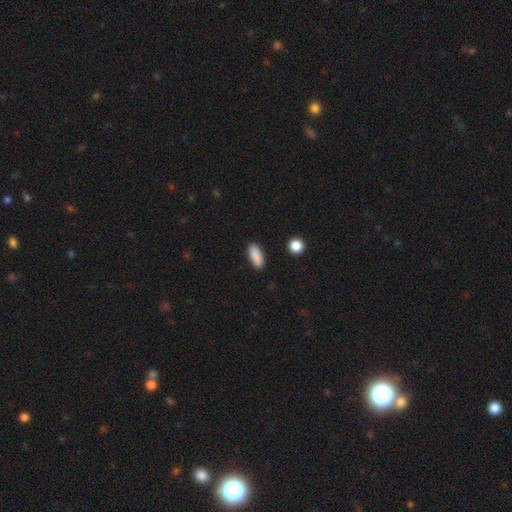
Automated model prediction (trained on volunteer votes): Smooth or featured?
  - smooth: 89% *
  - star or artifact: 7%
  - featured or disk: 4%
How rounded?
  - in between: 83% *
  - cigar-shaped: 14%
  - round: 3%
Merging?
  - none: 87% *
  - minor disturbance: 9%
  - major disturbance: 2%
  - merger: 2%